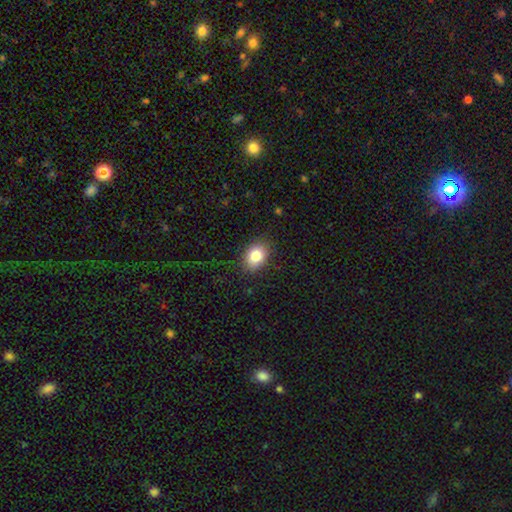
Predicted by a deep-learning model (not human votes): This is clearly a smooth galaxy (83%). How rounded: likely in between (72%). Merging: clearly none (84%).